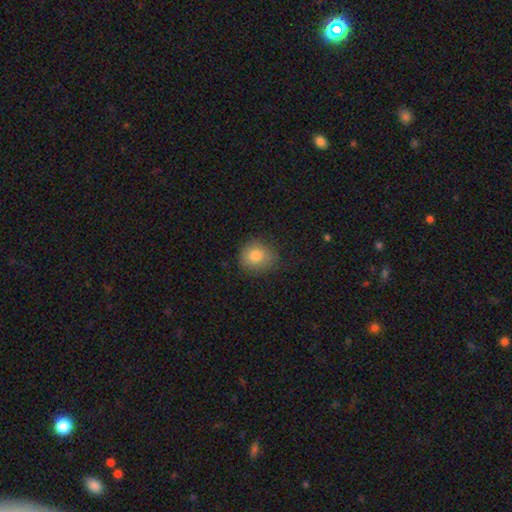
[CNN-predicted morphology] smooth-or-featured: smooth: 81% | star or artifact: 10% | featured or disk: 9%
  how-rounded: round: 77% | in between: 22% | cigar-shaped: 1%
  merging: none: 77% | minor disturbance: 18% | major disturbance: 4% | merger: 1%